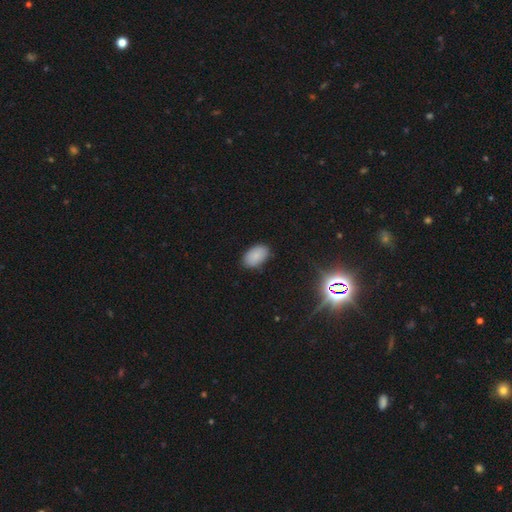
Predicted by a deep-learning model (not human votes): A smooth galaxy with no disk features (86%) that is in between round and cigar-shaped (92%). Merging: none (85%).